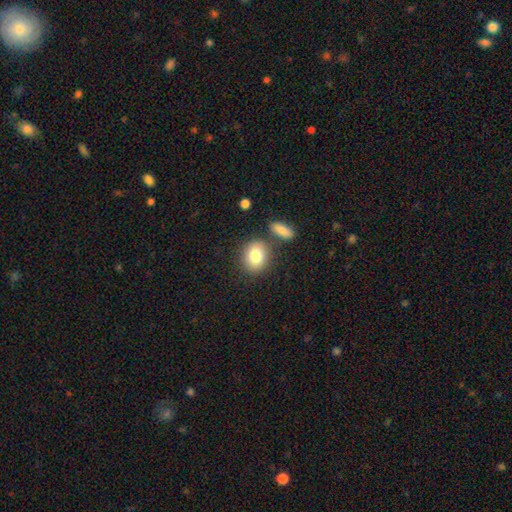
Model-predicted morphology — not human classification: A smooth galaxy with no disk features (81%) that is round (58%). Merging: none (73%).